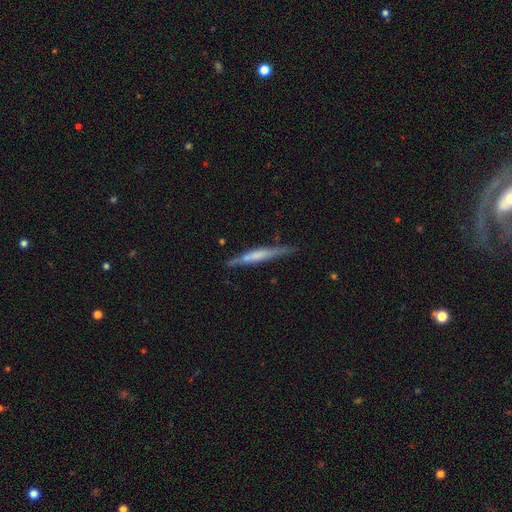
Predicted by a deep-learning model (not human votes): Overall: featured or disk (55%; smooth 39%). Edge-on disk: yes (94%). Edge-on bulge: none (39%, tied with boxy). Merging: none (77%).